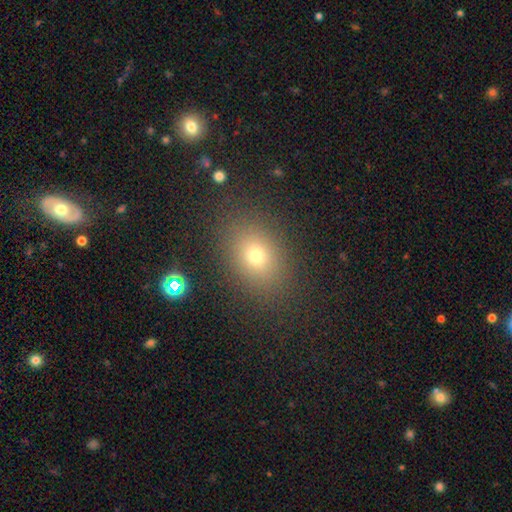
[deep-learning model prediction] Smooth or featured?
  - smooth: 71% *
  - star or artifact: 17%
  - featured or disk: 12%
How rounded?
  - in between: 66% *
  - round: 32%
  - cigar-shaped: 1%
Merging?
  - none: 86% *
  - minor disturbance: 9%
  - major disturbance: 4%
  - merger: 2%